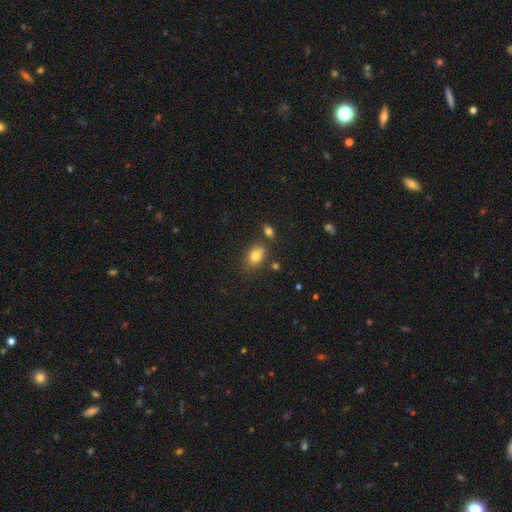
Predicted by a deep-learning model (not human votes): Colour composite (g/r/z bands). It shows a smooth galaxy with no disk features (81%) that is in between round and cigar-shaped (79%). Merging: none (70%).